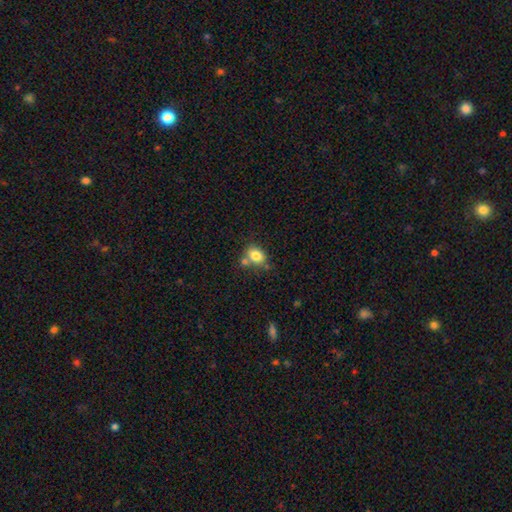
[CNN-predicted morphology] Smooth or featured? Predicted: smooth (p=0.80). How rounded? Predicted: in between (p=0.60). Merging? Predicted: none (p=0.55).